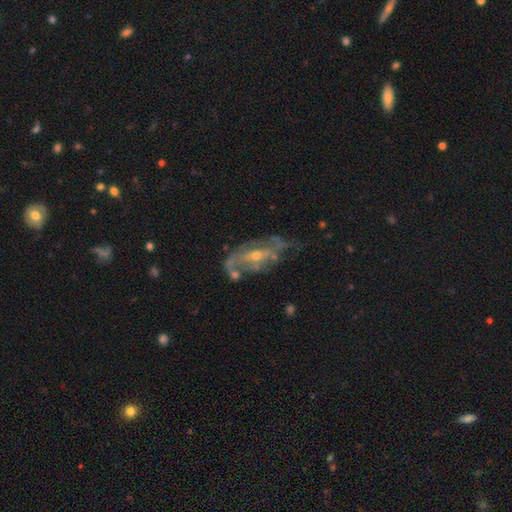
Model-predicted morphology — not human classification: smooth-or-featured: featured or disk: 77% | star or artifact: 12% | smooth: 11%
  disk-edge-on: no: 88% | yes: 12%
    bar: no: 44% | weak: 40% | strong: 17%
    has-spiral-arms: yes: 83% | no: 17%
      spiral-winding: medium: 42% | tight: 35% | loose: 23%
      spiral-arm-count: 2: 47% | can't tell: 31% | 3: 9% | 1: 6% | 4: 4% | more than 4: 3%
    bulge-size: small: 57% | moderate: 39% | none: 2% | large: 1% | dominant: 1%
  merging: none: 61% | minor disturbance: 21% | major disturbance: 14% | merger: 4%